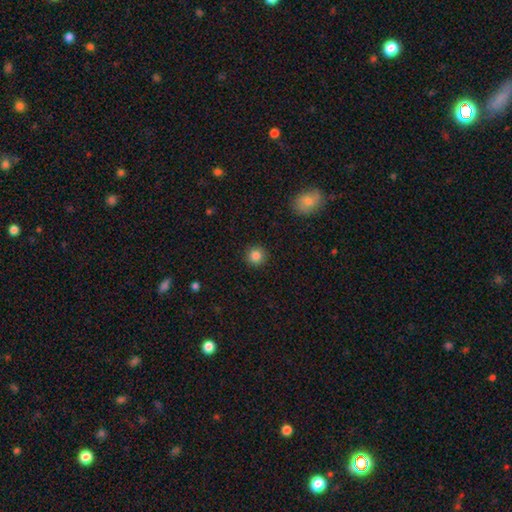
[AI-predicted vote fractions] Overall: smooth (84%). How rounded: round (94%). Merging: none (92%).